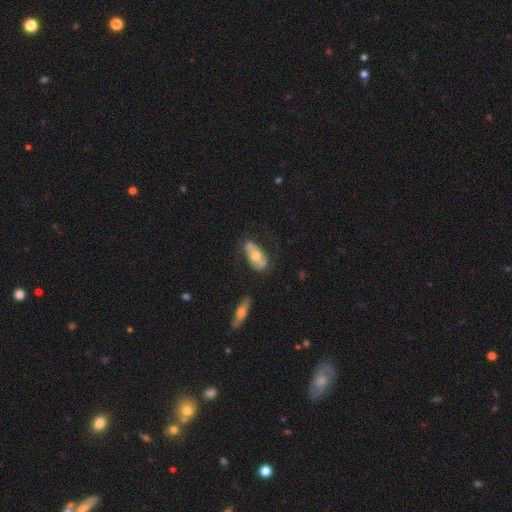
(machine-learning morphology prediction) smooth 50%, featured or disk 44%, star or artifact 6%. Down the decision tree: how rounded — in between (87%); merging — none (68%).